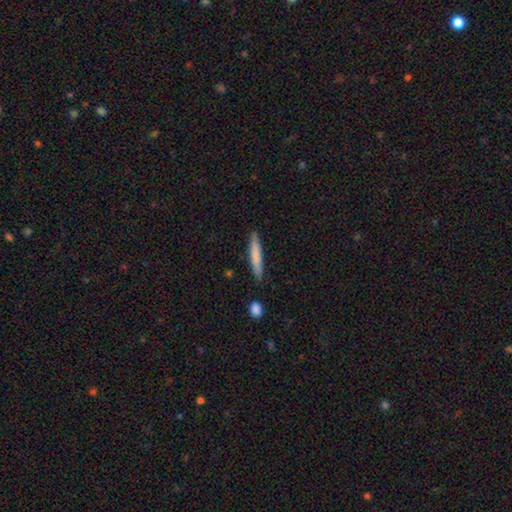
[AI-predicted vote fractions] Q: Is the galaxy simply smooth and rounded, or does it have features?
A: smooth — 76%.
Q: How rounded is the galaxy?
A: cigar-shaped — 93%.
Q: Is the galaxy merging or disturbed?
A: none — 86%.